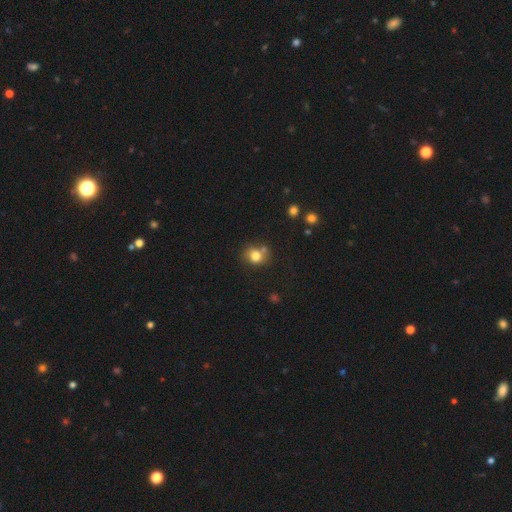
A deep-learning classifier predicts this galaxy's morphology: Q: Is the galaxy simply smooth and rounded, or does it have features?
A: smooth — 80%.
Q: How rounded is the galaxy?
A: round — 73%.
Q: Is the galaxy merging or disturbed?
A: none — 58%.